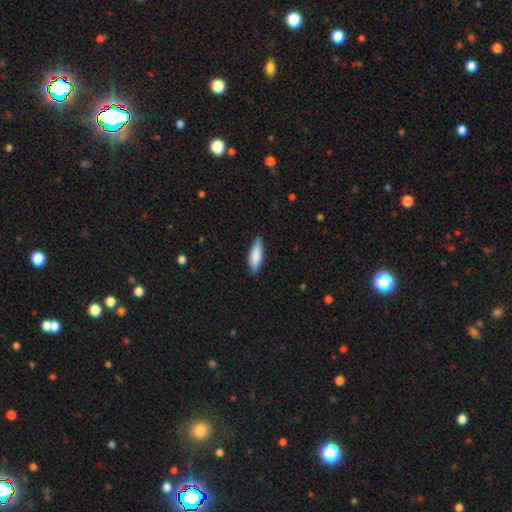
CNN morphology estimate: Smooth or featured: smooth — 83% (featured or disk — 12%)
How rounded: in between — 51% (cigar-shaped — 48%)
Merging: none — 87% (minor disturbance — 10%)